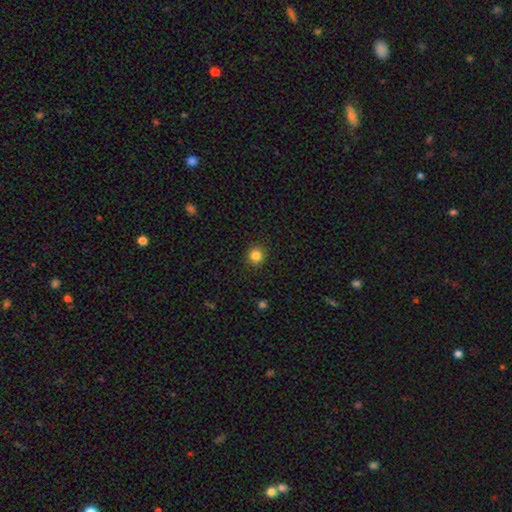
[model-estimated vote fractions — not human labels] Smooth or featured? Predicted: smooth (p=0.84). How rounded? Predicted: round (p=0.92). Merging? Predicted: none (p=0.91).